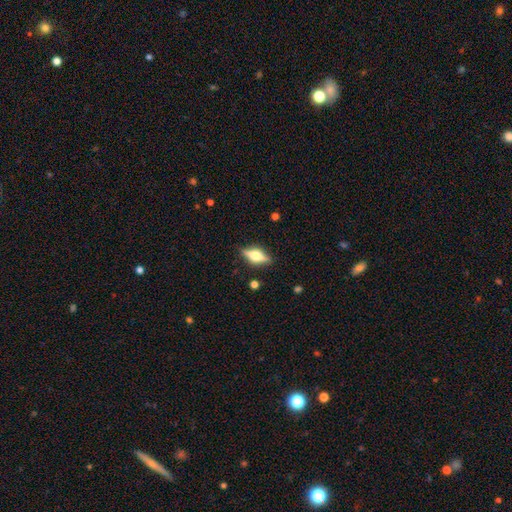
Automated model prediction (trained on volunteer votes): This appears to be a featured or disk galaxy (55%) viewed edge-on (92%) with a rounded central bulge (89%). Merging: none (84%).